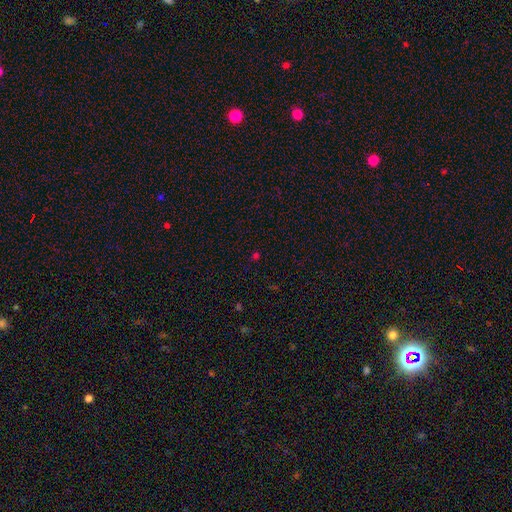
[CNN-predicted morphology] Q: Smooth or featured?
A: star or artifact (50%); runner-up: smooth (44%)